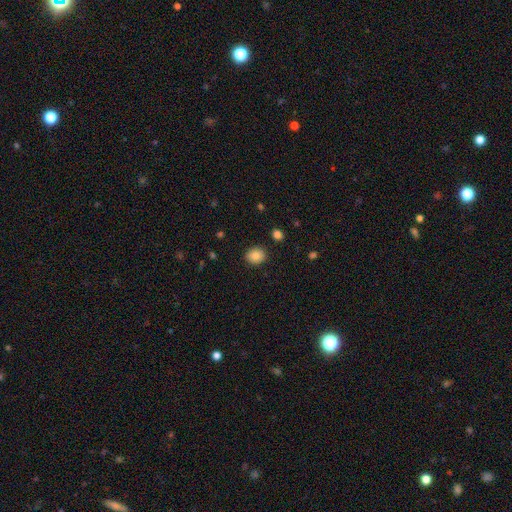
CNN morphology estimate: smooth_or_featured: smooth (p=0.86) [alt: star or artifact p=0.09]
how_rounded: round (p=0.66) [alt: in between p=0.33]
merging: none (p=0.89) [alt: minor disturbance p=0.08]